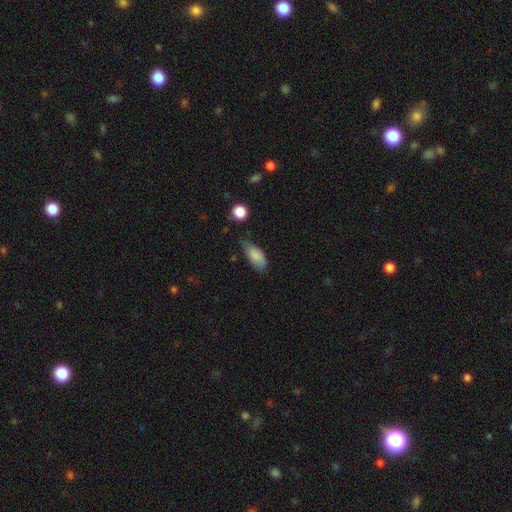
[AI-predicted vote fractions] Smooth or featured: smooth — 84% (featured or disk — 8%)
How rounded: in between — 88% (cigar-shaped — 9%)
Merging: none — 51% (minor disturbance — 37%)